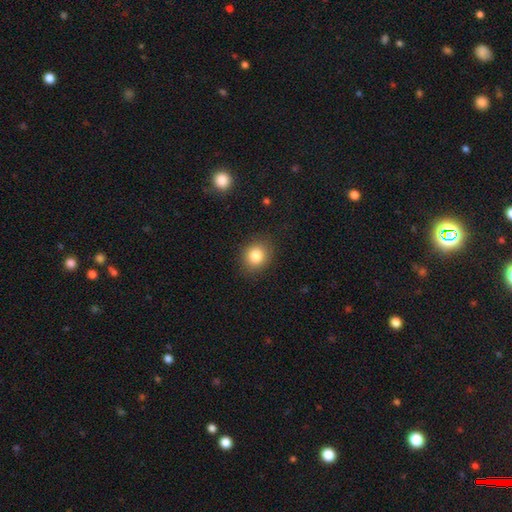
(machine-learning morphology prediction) Smooth or featured: smooth — 84% (star or artifact — 10%)
How rounded: round — 72% (in between — 27%)
Merging: none — 86% (minor disturbance — 10%)